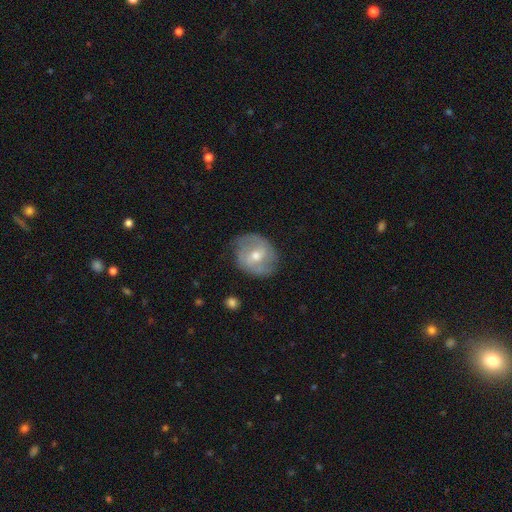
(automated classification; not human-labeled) smooth_or_featured: featured or disk (p=0.63) [alt: smooth p=0.30]
disk_edge_on: no (p=0.97) [alt: yes p=0.03]
bar: weak (p=0.48) [alt: no p=0.38]
has_spiral_arms: yes (p=0.81) [alt: no p=0.19]
bulge_size: moderate (p=0.69) [alt: small p=0.24]
merging: none (p=0.71) [alt: minor disturbance p=0.21]